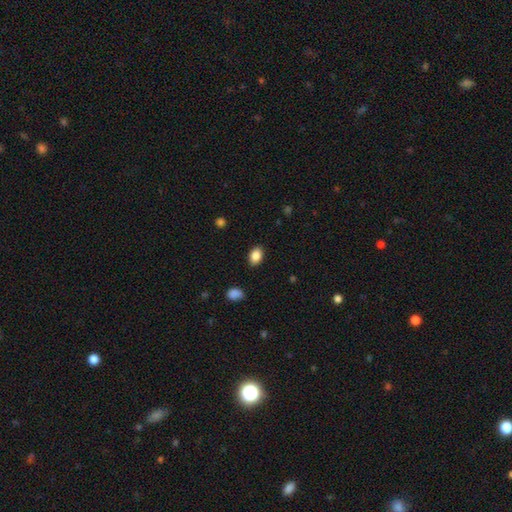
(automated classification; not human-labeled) Smooth or featured?
  - smooth: 87% *
  - star or artifact: 8%
  - featured or disk: 5%
How rounded?
  - in between: 80% *
  - round: 18%
  - cigar-shaped: 1%
Merging?
  - none: 88% *
  - minor disturbance: 8%
  - major disturbance: 2%
  - merger: 1%